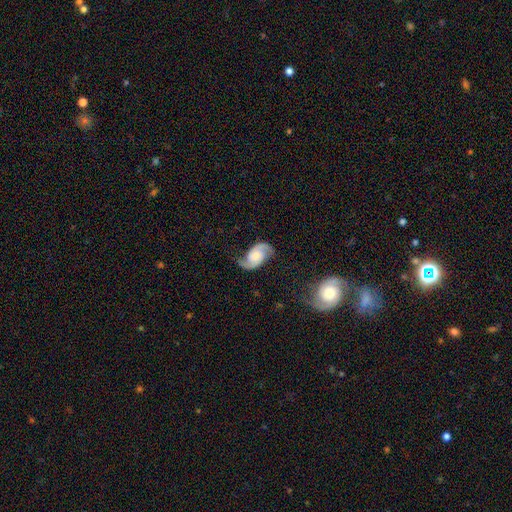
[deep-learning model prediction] A featured or disk galaxy (88%) with no bar (60%), 2 (94%) medium (52%) spiral arms (98%) and a moderate central bulge (34%).

Vote fractions:
- Smooth or featured? featured or disk: 88% / smooth: 7% / star or artifact: 5%
- Edge-on disk? no: 98% / yes: 2%
- Bar? no: 60% / weak: 31% / strong: 9%
- Spiral arms? yes: 98% / no: 2%
- Spiral winding? medium: 52% / loose: 28% / tight: 20%
- Spiral arm count? 2: 94% / can't tell: 2% / 1: 2% / 3: 1% / 4: 1% / more than 4: 1%
- Bulge size? moderate: 34% / small: 29% / none: 20% / large: 13% / dominant: 3%
- Merging? none: 75% / minor disturbance: 16% / major disturbance: 6% / merger: 2%